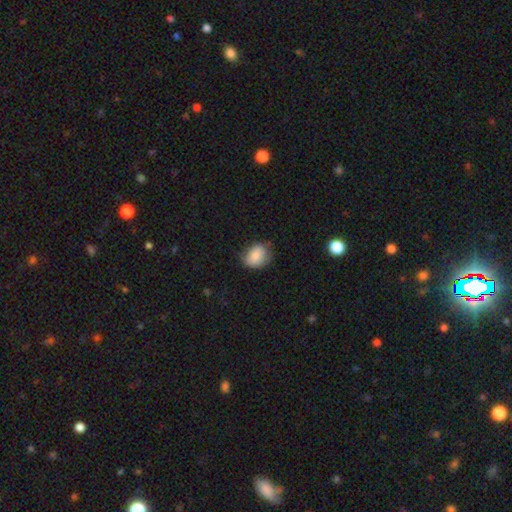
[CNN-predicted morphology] Q: Smooth or featured?
A: smooth (82%); runner-up: featured or disk (10%)
Q: How rounded?
A: in between (54%); runner-up: round (45%)
Q: Merging?
A: none (62%); runner-up: minor disturbance (29%)